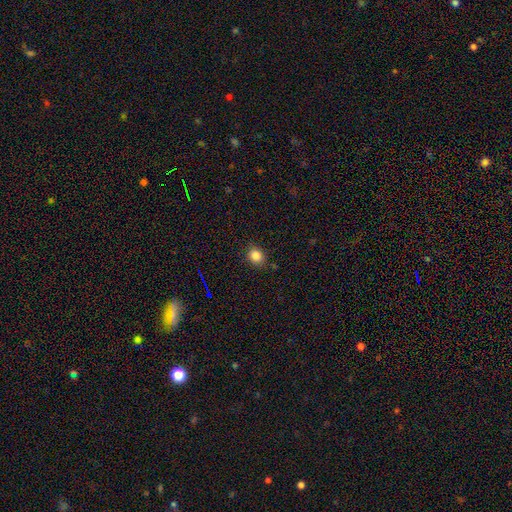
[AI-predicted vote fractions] Smooth or featured? smooth (84%)
How rounded? round (65%)
Merging? none (86%)